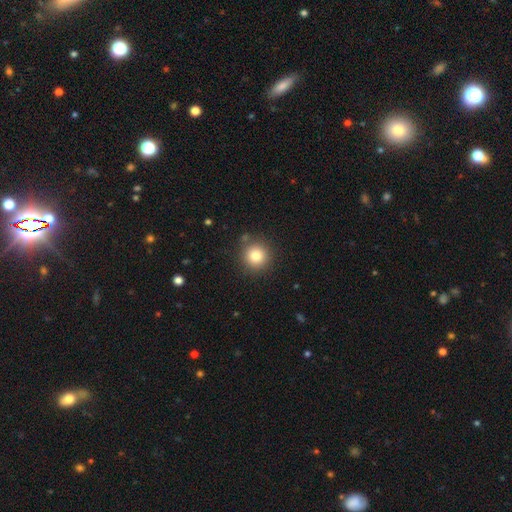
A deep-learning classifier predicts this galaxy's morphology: type=smooth (81%); roundness=round (94%); merging=none (86%).